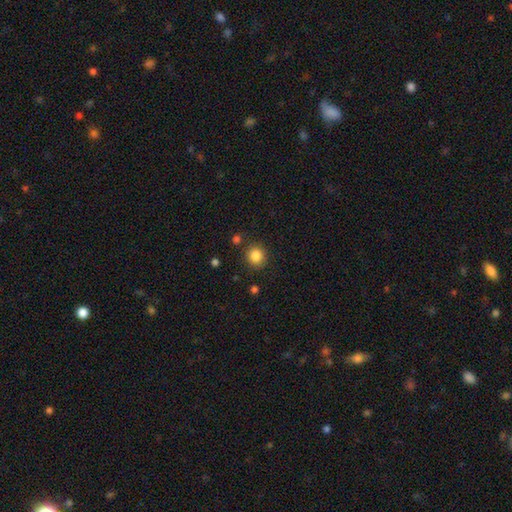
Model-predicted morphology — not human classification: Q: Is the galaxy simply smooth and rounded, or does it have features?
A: smooth — 85%.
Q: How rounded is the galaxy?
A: round — 89%.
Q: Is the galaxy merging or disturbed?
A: none — 85%.